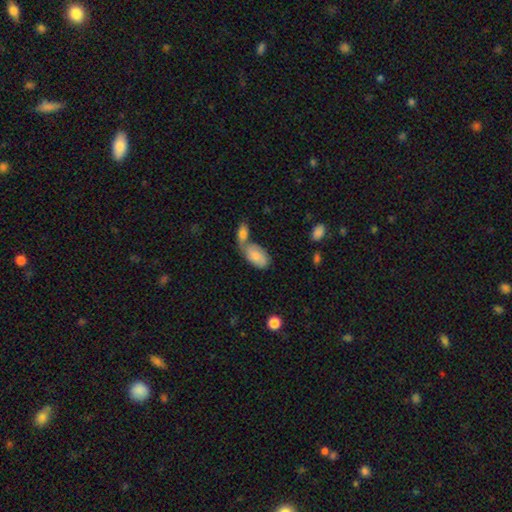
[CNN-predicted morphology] smooth 71%, featured or disk 22%, star or artifact 6%. Down the decision tree: how rounded — in between (93%); merging — merger (53%).